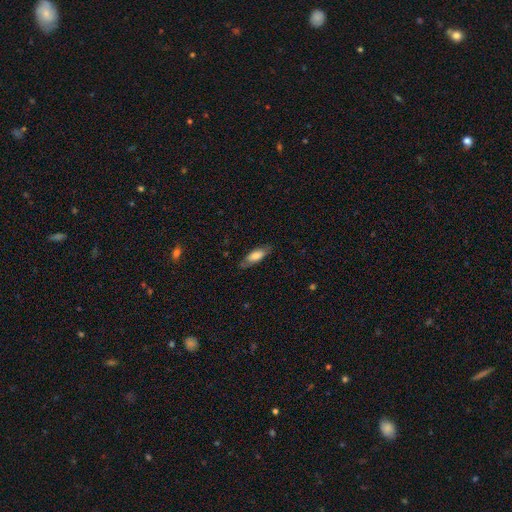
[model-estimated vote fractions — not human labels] smooth-or-featured: smooth: 68% | featured or disk: 25% | star or artifact: 6%
  how-rounded: in between: 64% | cigar-shaped: 34% | round: 2%
  merging: none: 77% | minor disturbance: 18% | major disturbance: 4% | merger: 1%